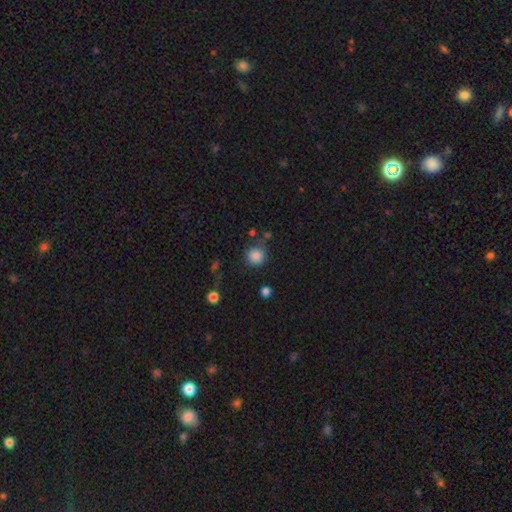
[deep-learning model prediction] smooth_or_featured: smooth (p=0.86) [alt: star or artifact p=0.10]
how_rounded: round (p=0.92) [alt: in between p=0.07]
merging: none (p=0.80) [alt: minor disturbance p=0.11]